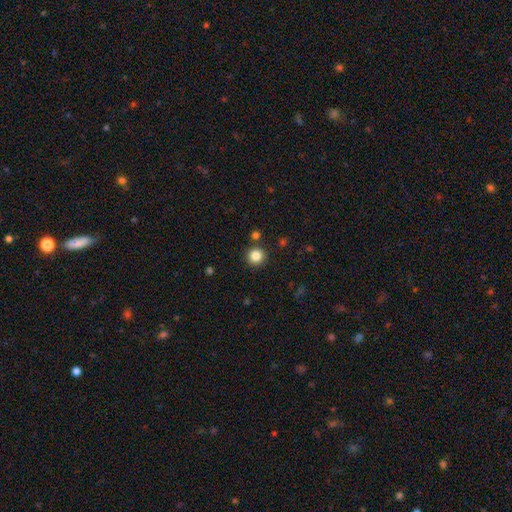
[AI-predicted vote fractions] Morphology: type=smooth (84%); roundness=round (94%); merging=none (88%).